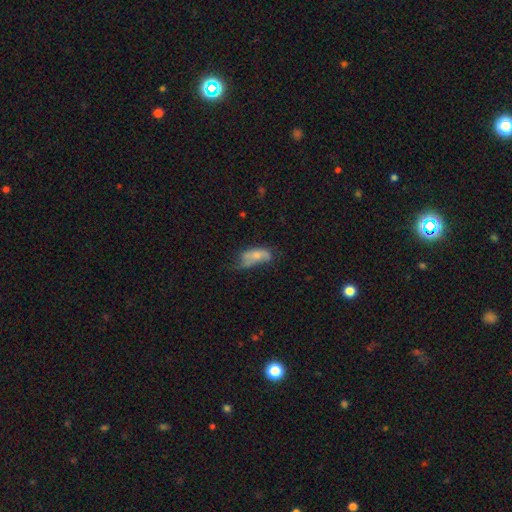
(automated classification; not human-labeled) This is possibly a smooth galaxy (55%). How rounded: clearly in between (84%). Merging: marginally major disturbance (34%).